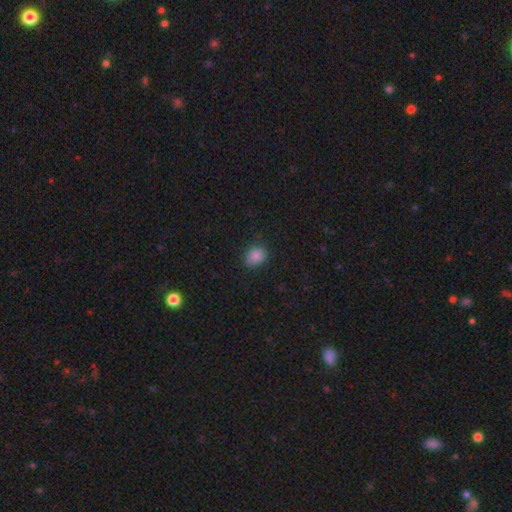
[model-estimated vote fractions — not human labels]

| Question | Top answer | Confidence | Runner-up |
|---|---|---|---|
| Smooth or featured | smooth | 85% | star or artifact (10%) |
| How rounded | round | 51% | in between (48%) |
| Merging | none | 79% | minor disturbance (16%) |